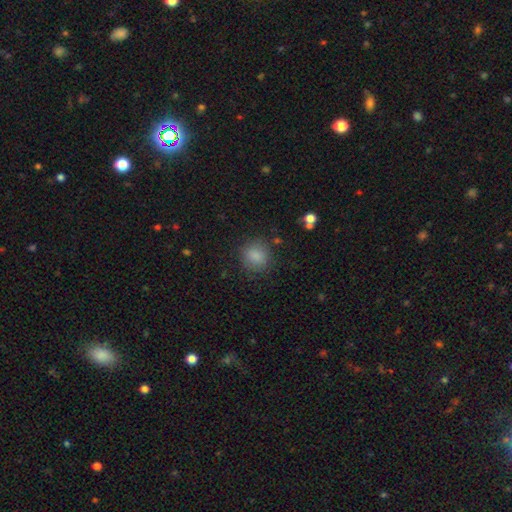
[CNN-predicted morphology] This is clearly a smooth galaxy (85%). How rounded: clearly round (85%). Merging: clearly none (81%).